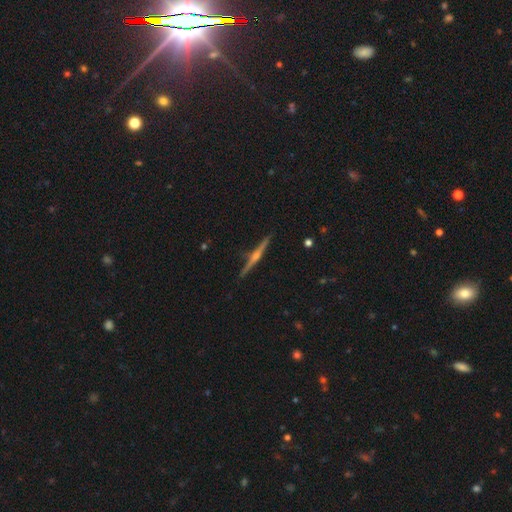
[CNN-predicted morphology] smooth_or_featured: featured or disk (p=0.82) [alt: smooth p=0.11]
disk_edge_on: yes (p=0.98) [alt: no p=0.02]
edge_on_bulge: rounded (p=0.87) [alt: none p=0.07]
merging: none (p=0.90) [alt: minor disturbance p=0.07]